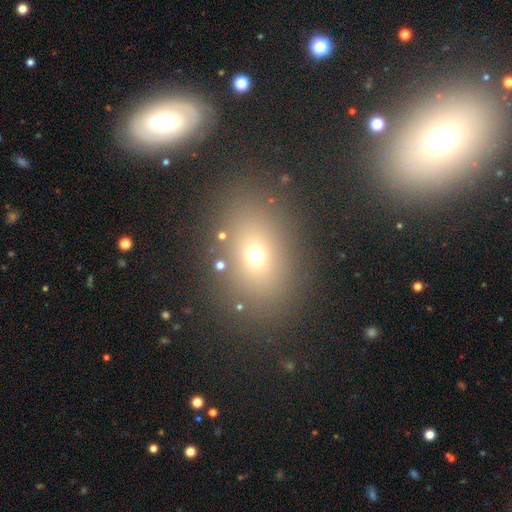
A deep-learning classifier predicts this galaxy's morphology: Q: Smooth or featured?
A: smooth (66%); runner-up: star or artifact (20%)
Q: How rounded?
A: in between (63%); runner-up: round (35%)
Q: Merging?
A: none (81%); runner-up: minor disturbance (9%)